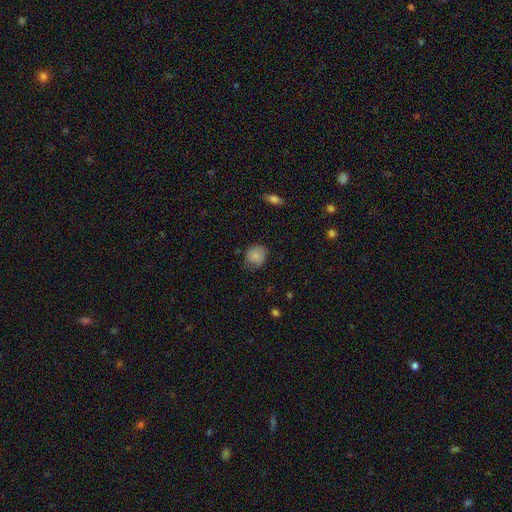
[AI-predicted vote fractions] Morphology: type=smooth (84%); roundness=round (66%); merging=none (70%).